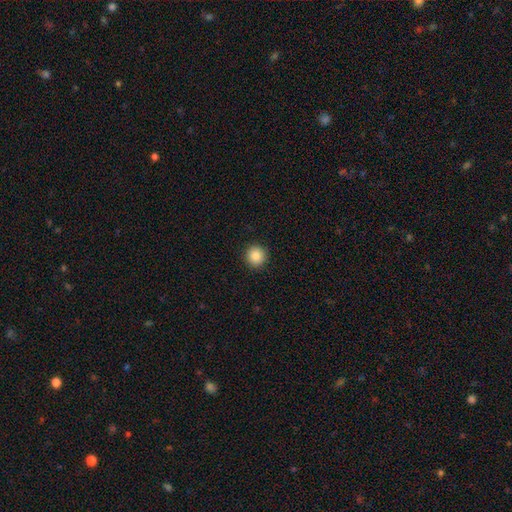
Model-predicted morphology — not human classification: Q: Smooth or featured?
A: smooth (87%); runner-up: star or artifact (9%)
Q: How rounded?
A: round (95%); runner-up: in between (4%)
Q: Merging?
A: none (93%); runner-up: minor disturbance (5%)